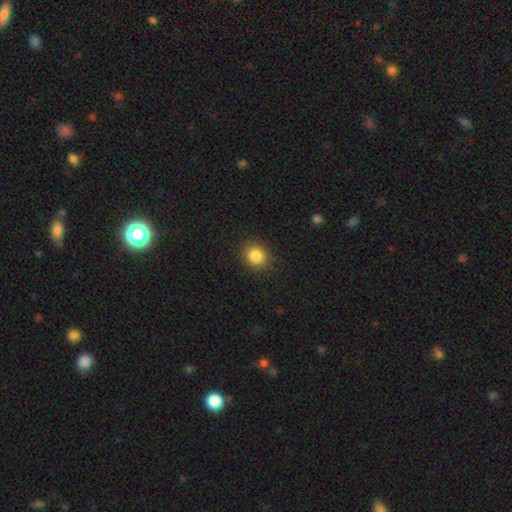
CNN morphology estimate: This is clearly a smooth galaxy (85%). How rounded: likely round (76%). Merging: clearly none (89%).